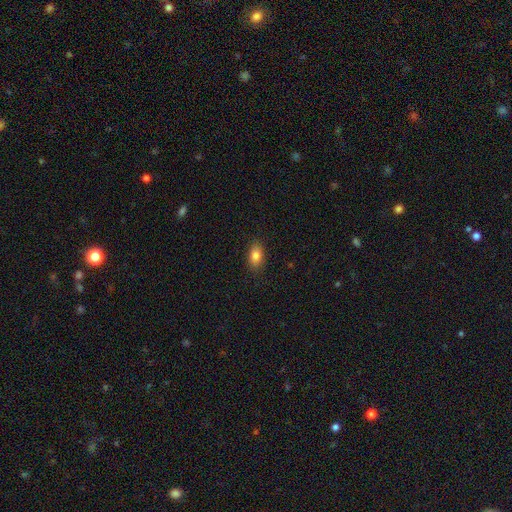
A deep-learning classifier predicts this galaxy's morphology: smooth 82%, star or artifact 9%, featured or disk 9%. Down the decision tree: how rounded — in between (87%); merging — none (87%).